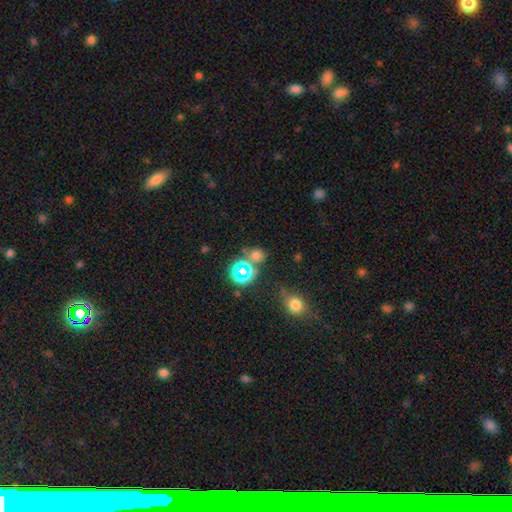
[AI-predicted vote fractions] Smooth or featured?
  - smooth: 57% *
  - star or artifact: 36%
  - featured or disk: 7%
How rounded?
  - round: 77% *
  - in between: 22%
  - cigar-shaped: 1%
Merging?
  - none: 66% *
  - merger: 19%
  - minor disturbance: 10%
  - major disturbance: 5%